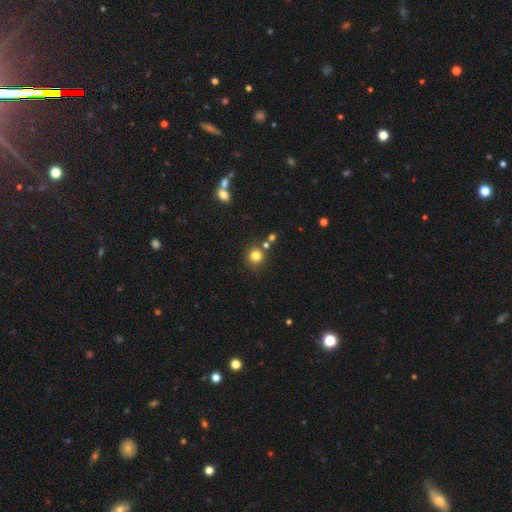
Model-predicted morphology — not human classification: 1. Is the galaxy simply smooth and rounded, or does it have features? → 80% smooth, 13% star or artifact, 6% featured or disk.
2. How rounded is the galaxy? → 91% round, 8% in between, 1% cigar-shaped.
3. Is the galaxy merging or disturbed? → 77% none, 11% merger, 9% minor disturbance, 3% major disturbance.